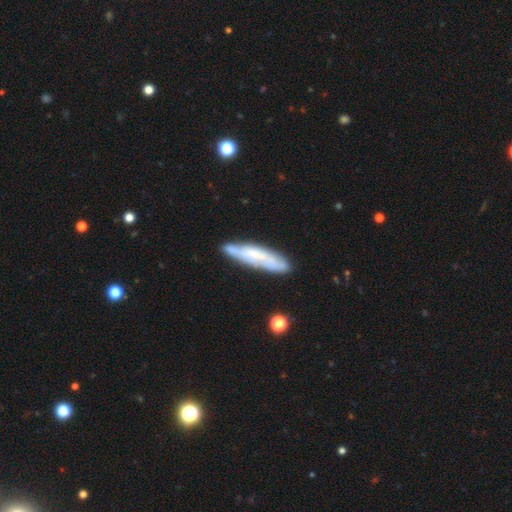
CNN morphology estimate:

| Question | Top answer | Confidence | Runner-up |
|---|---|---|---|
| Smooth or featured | featured or disk | 56% | smooth (37%) |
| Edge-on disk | no | 51% | yes (49%) |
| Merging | none | 75% | minor disturbance (18%) |